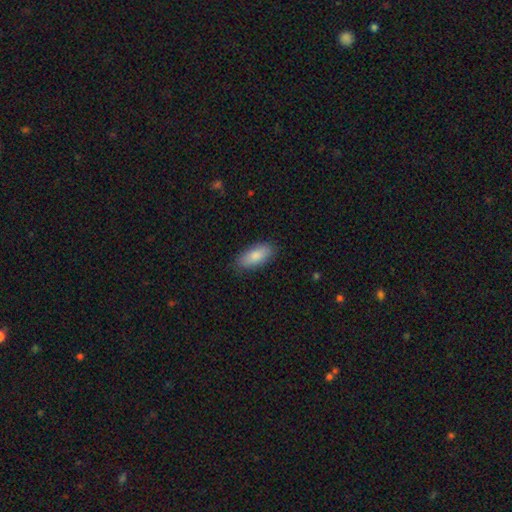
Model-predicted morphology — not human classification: This is clearly a smooth galaxy (85%). How rounded: clearly in between (87%). Merging: clearly none (85%).